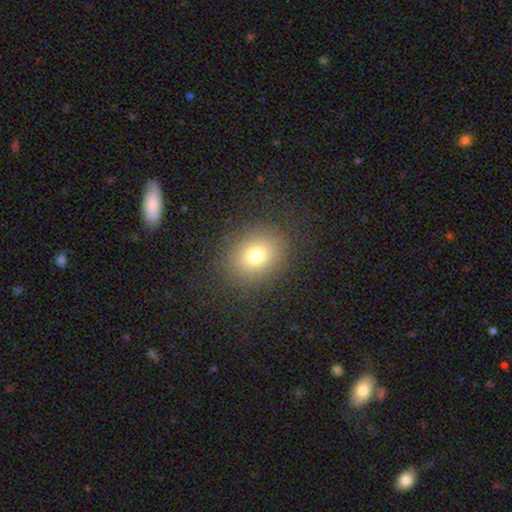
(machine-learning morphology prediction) Smooth or featured: smooth — 74% (star or artifact — 15%)
How rounded: round — 62% (in between — 37%)
Merging: none — 86% (minor disturbance — 8%)